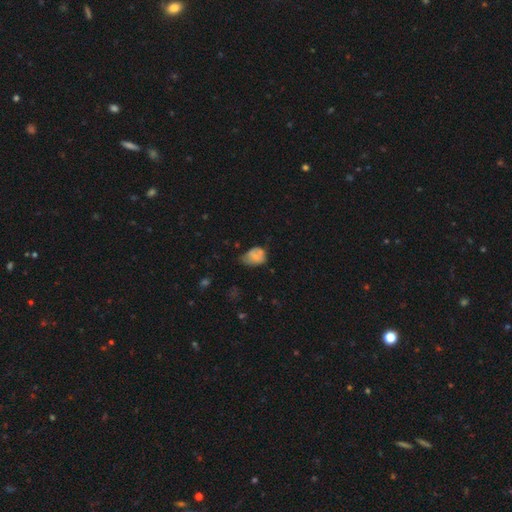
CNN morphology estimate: This is likely a smooth galaxy (68%). How rounded: likely in between (72%). Merging: marginally minor disturbance (43%).